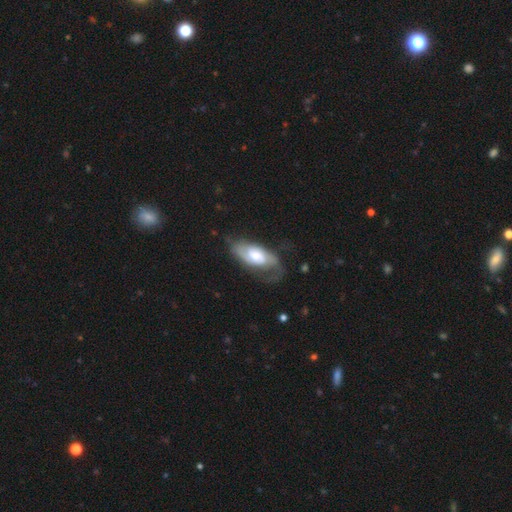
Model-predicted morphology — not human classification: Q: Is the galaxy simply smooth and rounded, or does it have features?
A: featured or disk — 61%.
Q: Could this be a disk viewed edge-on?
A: no — 89%.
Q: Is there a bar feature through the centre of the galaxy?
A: no — 61%.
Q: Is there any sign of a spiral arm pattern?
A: yes — 82%.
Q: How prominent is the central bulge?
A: moderate — 48%.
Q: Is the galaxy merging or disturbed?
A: none — 47%.